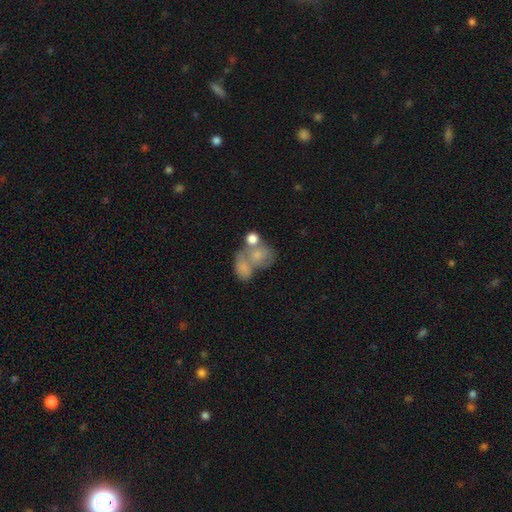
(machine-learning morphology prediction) This appears to be a smooth galaxy with no disk features (57%) that is in between round and cigar-shaped (53%). Merging: merger (58%).